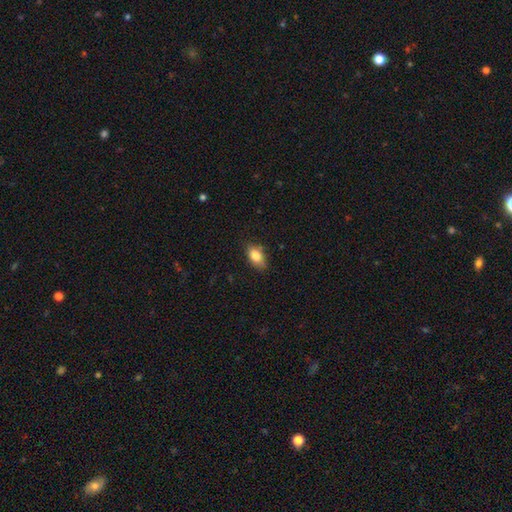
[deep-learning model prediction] Morphology: type=smooth (82%); roundness=in between (87%); merging=none (75%).